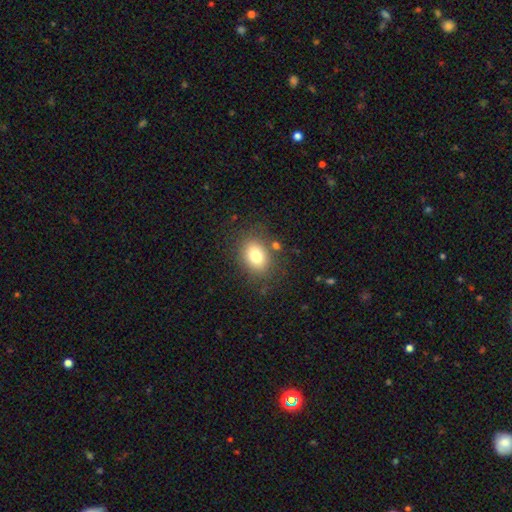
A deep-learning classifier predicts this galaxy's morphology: This is likely a smooth galaxy (77%). How rounded: likely in between (62%). Merging: likely none (79%).